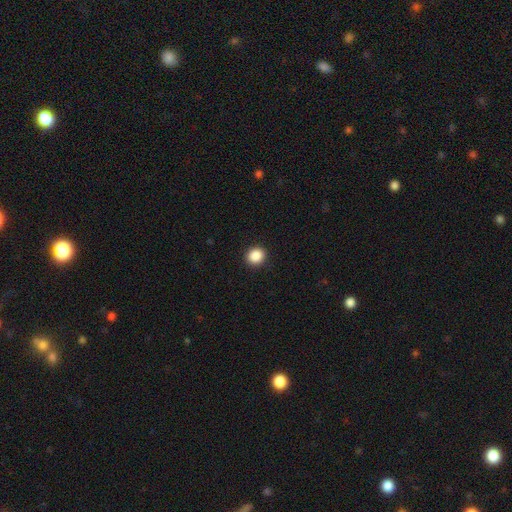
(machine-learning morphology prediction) Smooth or featured? Predicted: smooth (p=0.88). How rounded? Predicted: round (p=0.82). Merging? Predicted: none (p=0.92).